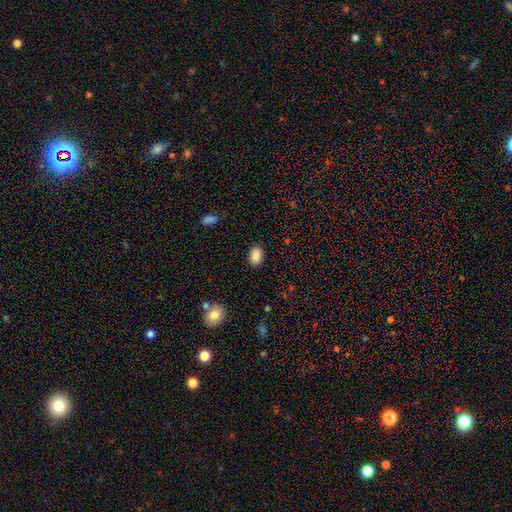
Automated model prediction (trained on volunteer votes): A smooth galaxy with no disk features (89%) that is in between round and cigar-shaped (85%). Merging: none (87%).